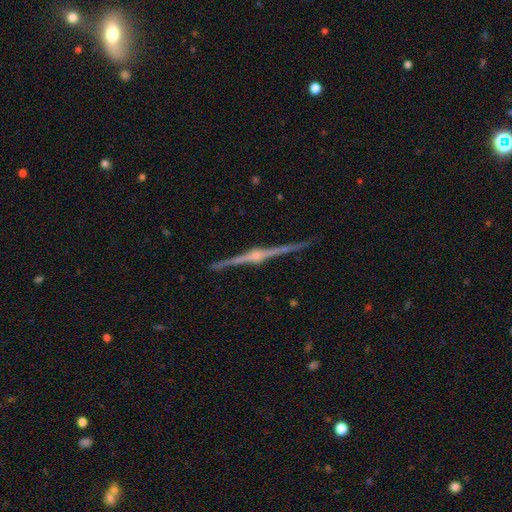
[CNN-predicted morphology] smooth_or_featured: featured or disk (p=0.90) [alt: star or artifact p=0.05]
disk_edge_on: yes (p=0.99) [alt: no p=0.01]
edge_on_bulge: rounded (p=0.83) [alt: boxy p=0.11]
merging: none (p=0.90) [alt: minor disturbance p=0.07]